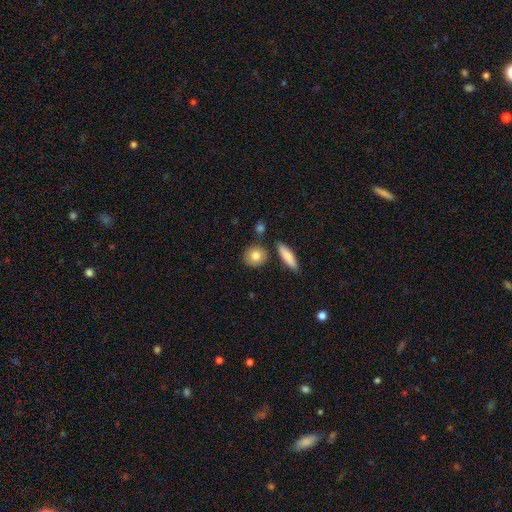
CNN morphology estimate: This is clearly a smooth galaxy (81%). How rounded: likely round (75%). Merging: likely none (80%).